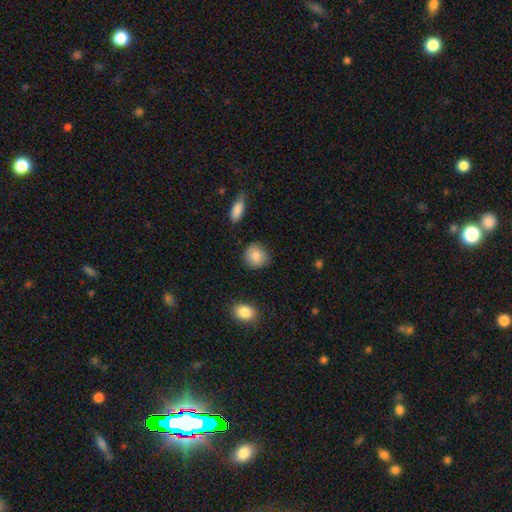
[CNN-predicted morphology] Smooth or featured? smooth (83%)
How rounded? round (83%)
Merging? none (82%)